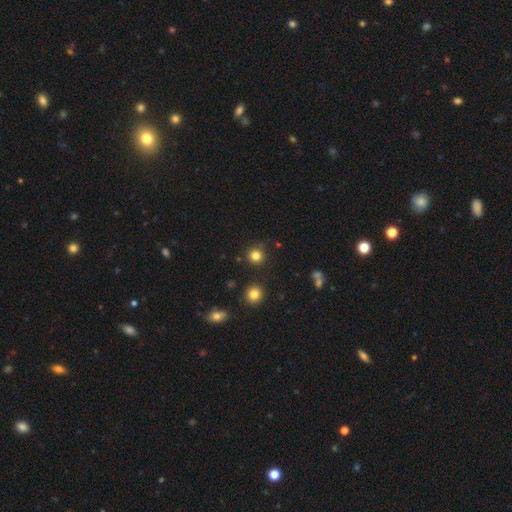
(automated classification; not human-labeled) smooth_or_featured: smooth (p=0.83) [alt: star or artifact p=0.13]
how_rounded: round (p=0.94) [alt: in between p=0.05]
merging: none (p=0.88) [alt: minor disturbance p=0.07]